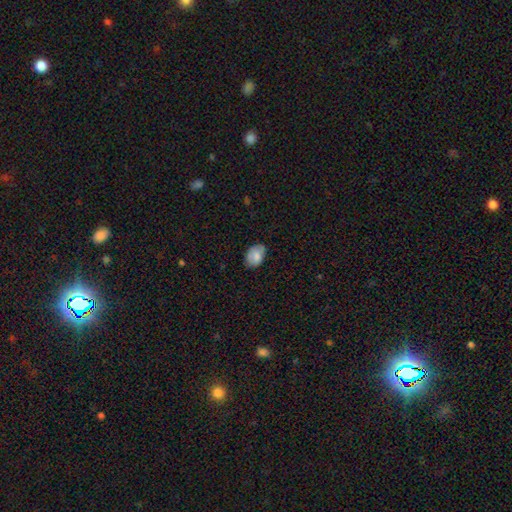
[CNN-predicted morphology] smooth_or_featured: smooth (p=0.80) [alt: featured or disk p=0.13]
how_rounded: in between (p=0.84) [alt: round p=0.15]
merging: none (p=0.73) [alt: minor disturbance p=0.22]